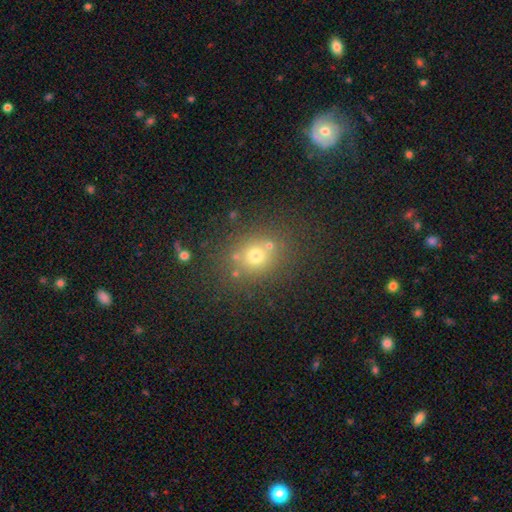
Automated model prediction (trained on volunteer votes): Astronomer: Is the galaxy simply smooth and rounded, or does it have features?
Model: smooth — 67%.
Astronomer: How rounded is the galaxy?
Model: round — 73%.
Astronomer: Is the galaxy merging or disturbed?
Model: none — 73%.